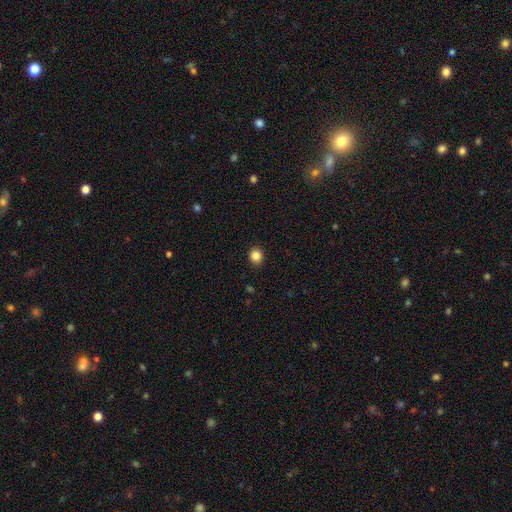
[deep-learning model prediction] Smooth or featured? smooth (86%)
How rounded? round (79%)
Merging? none (90%)